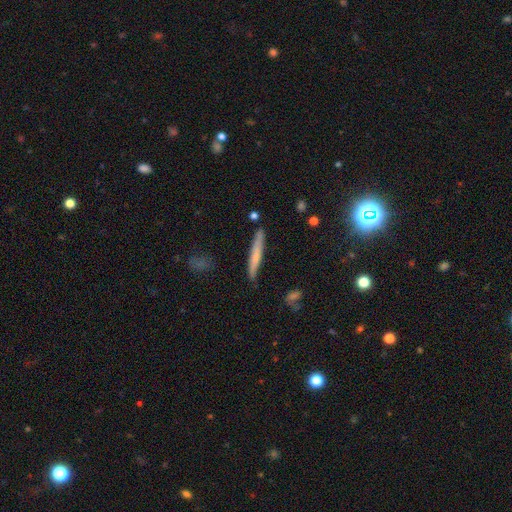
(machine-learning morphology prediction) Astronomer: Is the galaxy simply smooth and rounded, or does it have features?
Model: smooth — 62%.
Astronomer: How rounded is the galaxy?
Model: cigar-shaped — 95%.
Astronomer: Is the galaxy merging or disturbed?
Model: none — 83%.